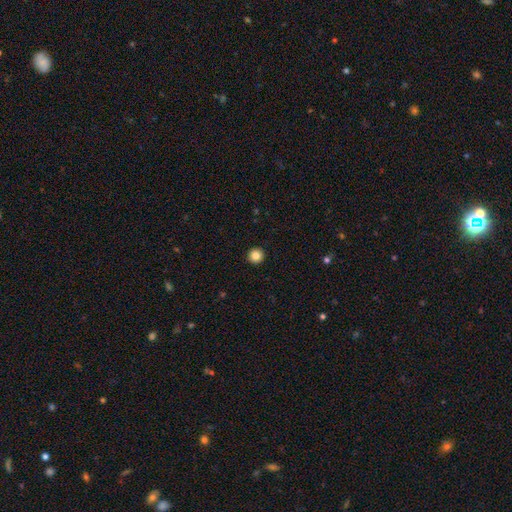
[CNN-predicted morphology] smooth 85%, star or artifact 10%, featured or disk 5%. Down the decision tree: how rounded — round (96%); merging — none (94%).